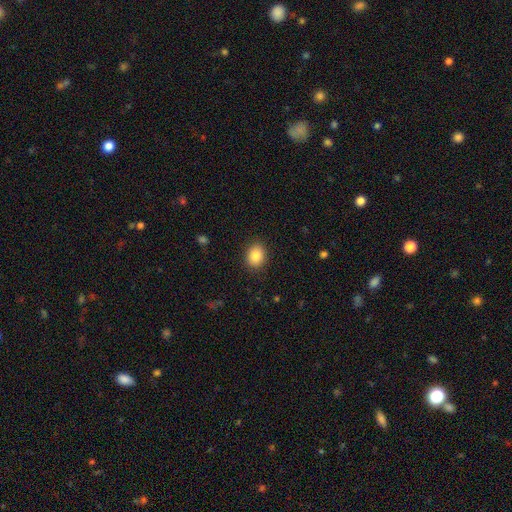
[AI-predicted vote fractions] smooth_or_featured: smooth (p=0.86) [alt: star or artifact p=0.09]
how_rounded: in between (p=0.51) [alt: round p=0.49]
merging: none (p=0.89) [alt: minor disturbance p=0.08]